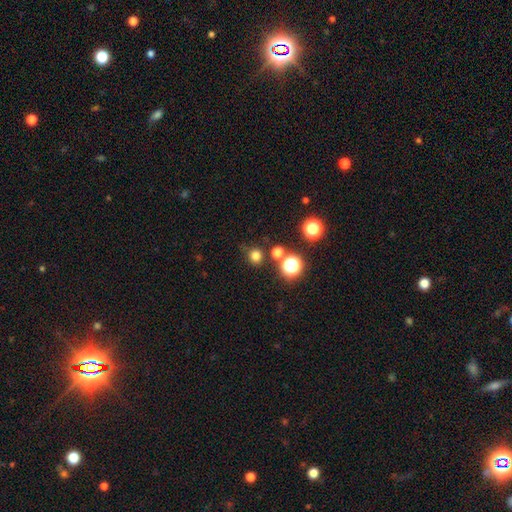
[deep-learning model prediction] Overall: smooth (74%). How rounded: round (90%). Merging: none (81%).